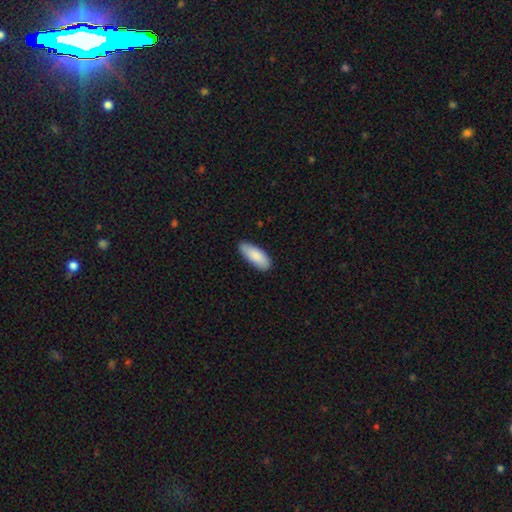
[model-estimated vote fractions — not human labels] Smooth or featured?
  - smooth: 88% *
  - featured or disk: 7%
  - star or artifact: 5%
How rounded?
  - in between: 79% *
  - cigar-shaped: 19%
  - round: 2%
Merging?
  - none: 84% *
  - minor disturbance: 13%
  - major disturbance: 2%
  - merger: 1%